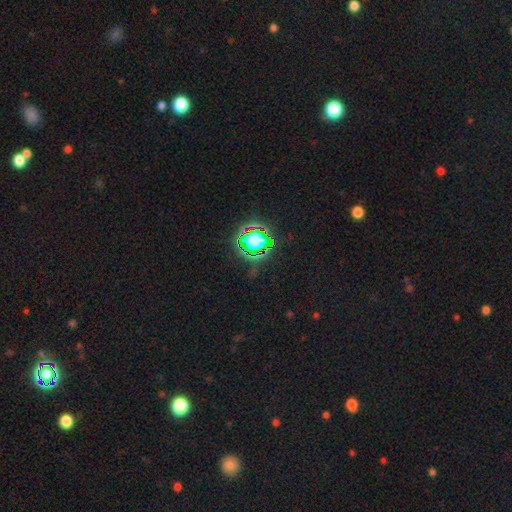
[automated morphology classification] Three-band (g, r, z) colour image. It shows a star or artifact, not a galaxy (82%).